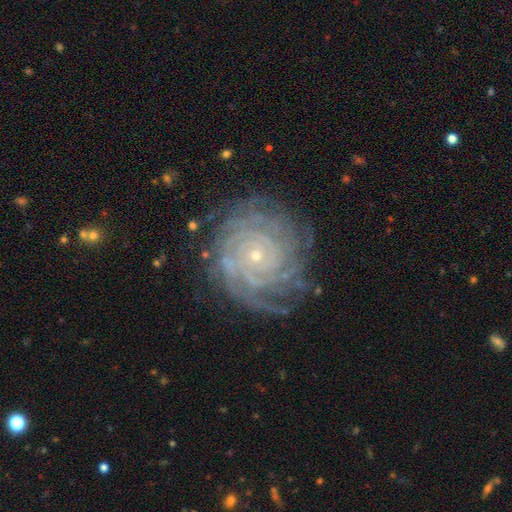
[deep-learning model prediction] smooth-or-featured: featured or disk: 87% | star or artifact: 7% | smooth: 6%
  disk-edge-on: no: 97% | yes: 3%
    bar: no: 81% | weak: 13% | strong: 6%
    has-spiral-arms: yes: 97% | no: 3%
      spiral-winding: tight: 86% | medium: 12% | loose: 2%
      spiral-arm-count: more than 4: 30% | can't tell: 22% | 4: 20% | 3: 11% | 2: 9% | 1: 7%
    bulge-size: small: 85% | moderate: 11% | none: 1% | large: 1% | dominant: 1%
  merging: none: 77% | minor disturbance: 15% | major disturbance: 6% | merger: 1%